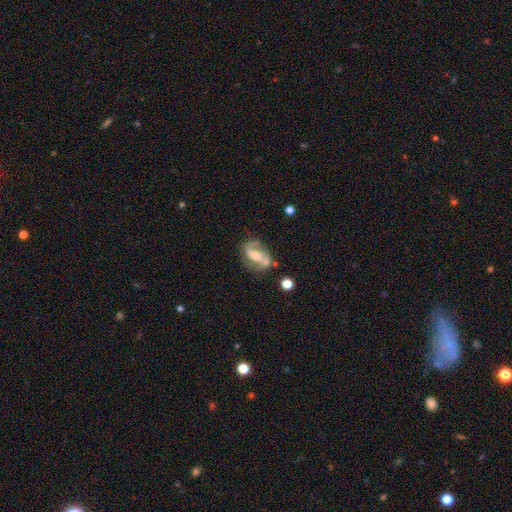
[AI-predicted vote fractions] The model was most divided on "spiral winding": loose: 42%, medium: 39%, tight: 18%. Remaining: edge-on disk — no (94%); spiral arms — yes (83%); spiral arm count — 2 (75%); smooth or featured — featured or disk (74%); bulge size — moderate (58%); merging — none (57%); bar — strong (38%).